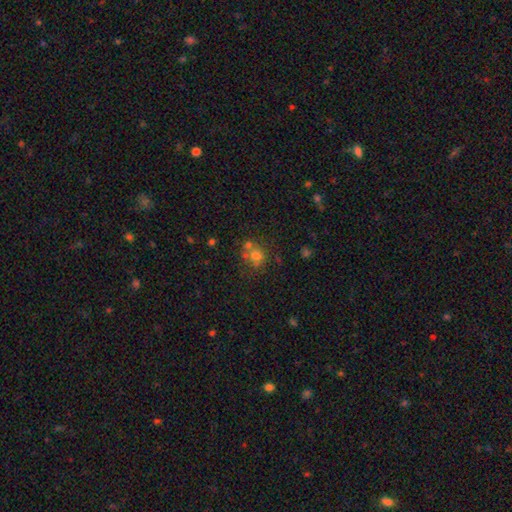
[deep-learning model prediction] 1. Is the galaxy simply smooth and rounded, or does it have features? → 66% smooth, 17% featured or disk, 17% star or artifact.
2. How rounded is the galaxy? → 76% round, 23% in between, 1% cigar-shaped.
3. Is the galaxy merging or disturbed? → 48% none, 32% merger, 13% minor disturbance, 7% major disturbance.